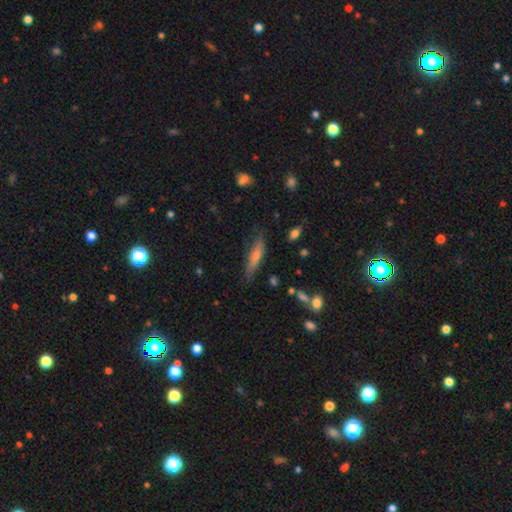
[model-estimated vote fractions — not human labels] Smooth or featured: smooth — 55% (featured or disk — 36%)
How rounded: cigar-shaped — 82% (in between — 16%)
Merging: none — 80% (minor disturbance — 15%)